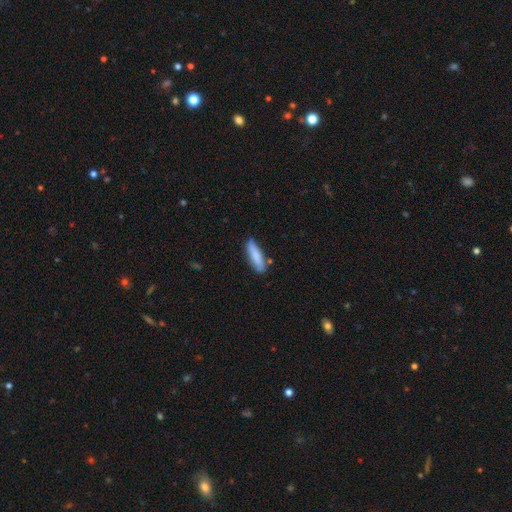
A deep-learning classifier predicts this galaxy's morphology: A smooth galaxy with no disk features (83%) that is cigar-shaped (66%).

Vote fractions:
- Smooth or featured? smooth: 83% / featured or disk: 11% / star or artifact: 6%
- How rounded? cigar-shaped: 66% / in between: 33% / round: 1%
- Merging? none: 78% / minor disturbance: 16% / merger: 3% / major disturbance: 3%